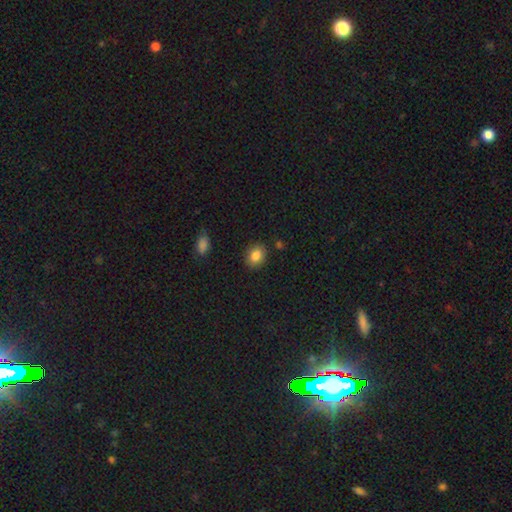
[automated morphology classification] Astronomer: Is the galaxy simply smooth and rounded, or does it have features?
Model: smooth — 85%.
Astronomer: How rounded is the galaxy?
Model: in between — 59% (runner-up: round, 40%).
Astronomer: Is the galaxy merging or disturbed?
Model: none — 86%.